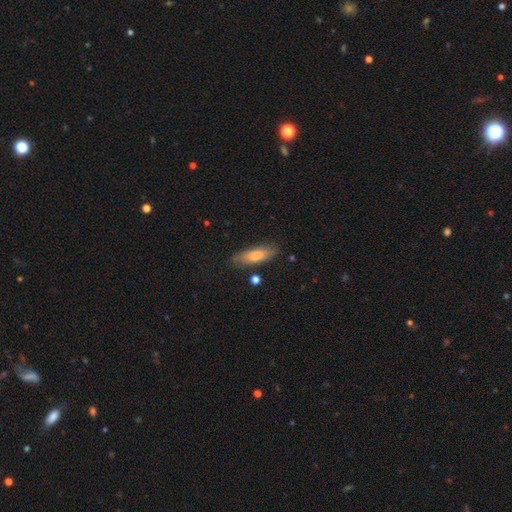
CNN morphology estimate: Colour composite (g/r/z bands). It shows a smooth galaxy with no disk features (77%) that is in between round and cigar-shaped (57%). Merging: none (81%).